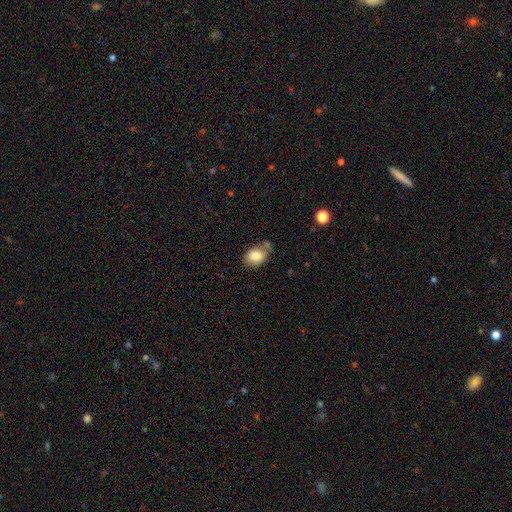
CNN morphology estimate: Smooth or featured: smooth — 81% (featured or disk — 11%)
How rounded: in between — 79% (round — 19%)
Merging: none — 55% (minor disturbance — 25%)